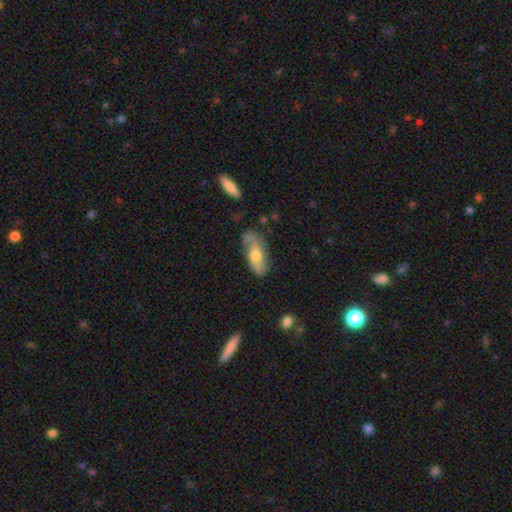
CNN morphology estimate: type=featured or disk (53%); edge-on=no (84%); merging=none (61%).